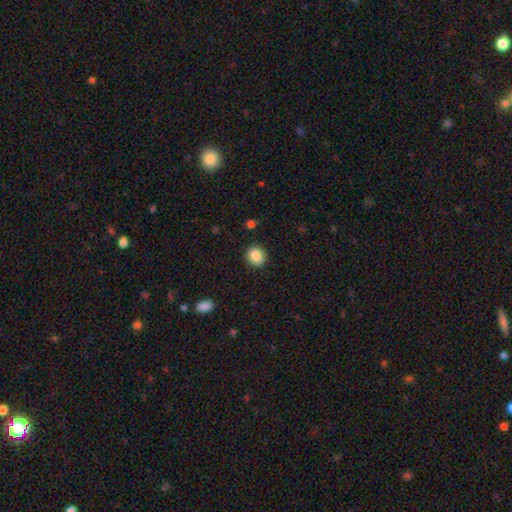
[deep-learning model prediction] The model was most divided on "how rounded": round: 73%, in between: 26%, cigar-shaped: 1%. More confident: merging — none (90%); smooth or featured — smooth (87%).